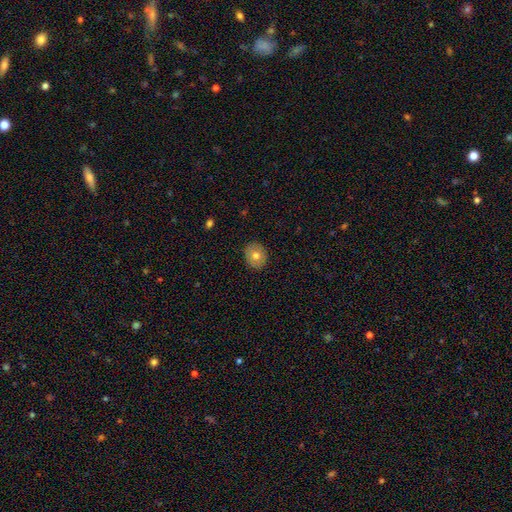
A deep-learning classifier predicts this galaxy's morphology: Overall: smooth (75%). How rounded: round (67%; in between 32%). Merging: none (89%).